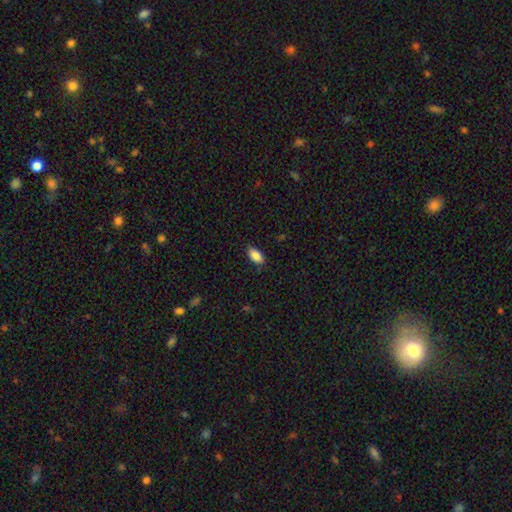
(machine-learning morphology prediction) smooth_or_featured: smooth (p=0.88) [alt: star or artifact p=0.07]
how_rounded: in between (p=0.92) [alt: cigar-shaped p=0.04]
merging: none (p=0.85) [alt: minor disturbance p=0.11]